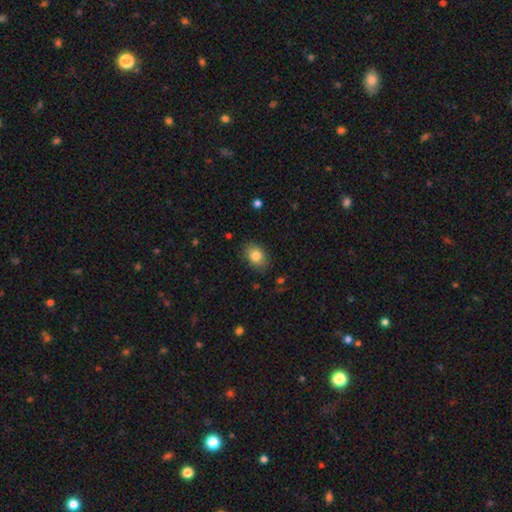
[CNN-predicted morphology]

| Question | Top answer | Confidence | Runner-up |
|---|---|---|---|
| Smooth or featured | smooth | 83% | star or artifact (9%) |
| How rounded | in between | 75% | round (24%) |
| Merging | none | 82% | minor disturbance (13%) |